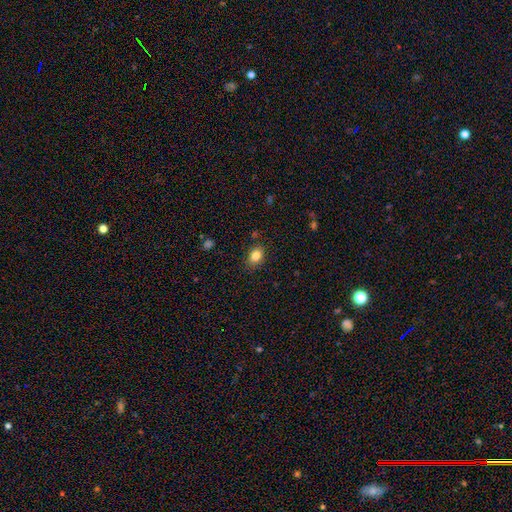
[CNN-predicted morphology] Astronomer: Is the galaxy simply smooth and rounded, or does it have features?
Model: smooth — 84%.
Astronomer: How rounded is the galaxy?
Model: in between — 66%.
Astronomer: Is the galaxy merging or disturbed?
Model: none — 83%.